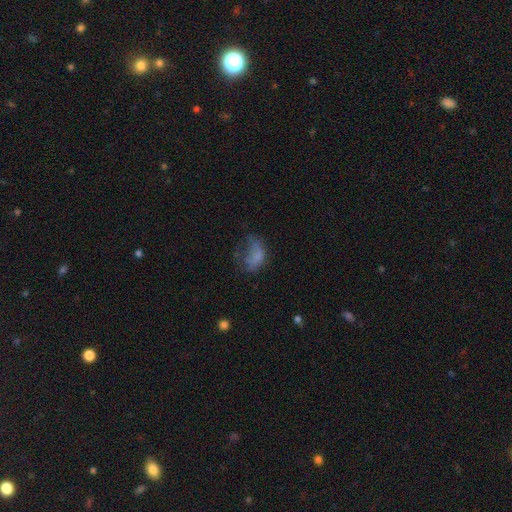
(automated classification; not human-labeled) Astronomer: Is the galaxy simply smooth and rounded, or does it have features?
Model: smooth — 60%.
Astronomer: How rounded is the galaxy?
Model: in between — 83%.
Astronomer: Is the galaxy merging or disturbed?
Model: major disturbance — 41% (runner-up: none, 30%).